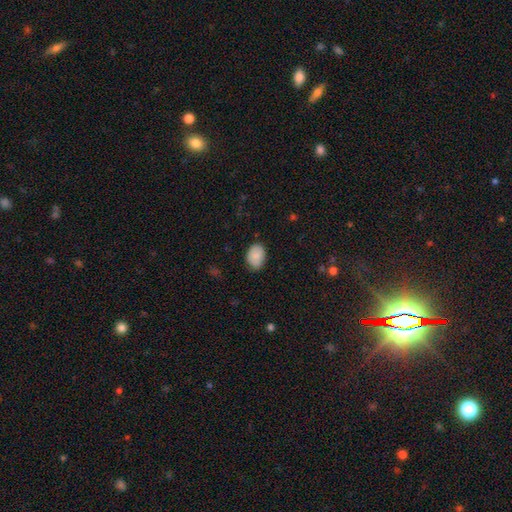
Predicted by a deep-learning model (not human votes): smooth_or_featured: smooth (p=0.87) [alt: star or artifact p=0.07]
how_rounded: in between (p=0.75) [alt: round p=0.24]
merging: none (p=0.76) [alt: minor disturbance p=0.19]